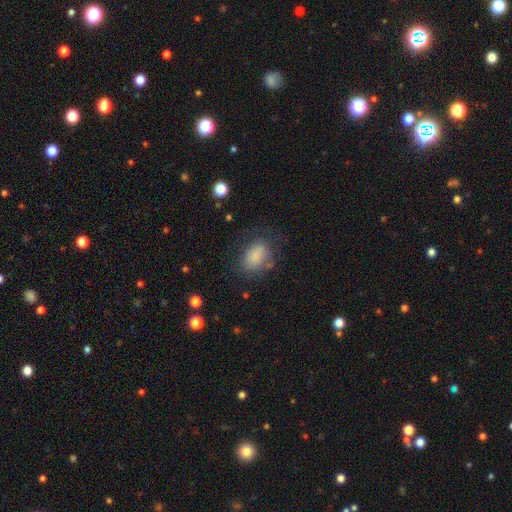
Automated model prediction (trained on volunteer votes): Smooth or featured? Predicted: smooth (p=0.79). How rounded? Predicted: in between (p=0.74). Merging? Predicted: none (p=0.61).